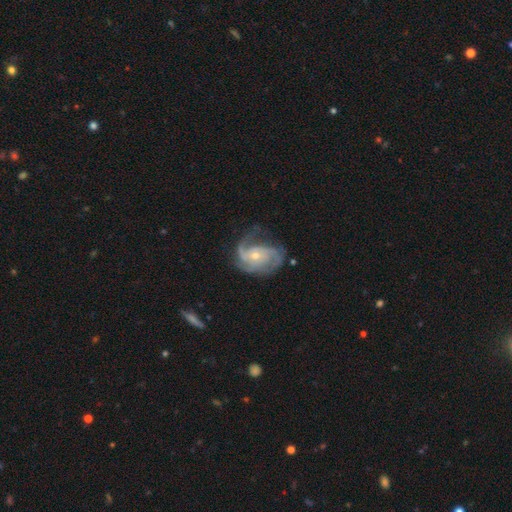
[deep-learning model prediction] featured or disk 87%, smooth 8%, star or artifact 5%. Down the decision tree: edge-on disk — no (98%); bar — no (67%); spiral arms — yes (96%); spiral arm count — 3 (35%); spiral winding — medium (47%); bulge size — small (59%); merging — none (55%).